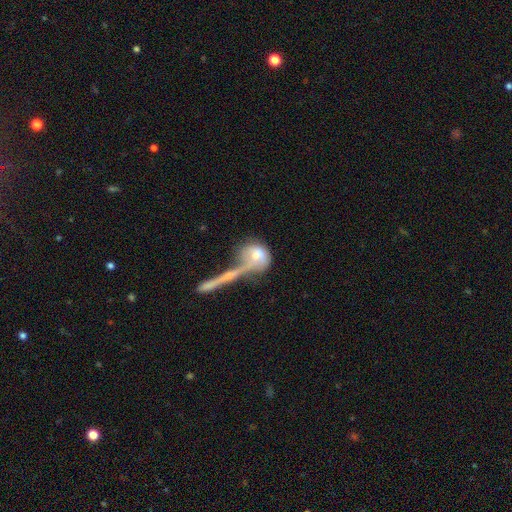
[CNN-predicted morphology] Q: Smooth or featured?
A: smooth (59%); runner-up: featured or disk (32%)
Q: How rounded?
A: round (63%); runner-up: in between (28%)
Q: Merging?
A: merger (43%); runner-up: none (28%)